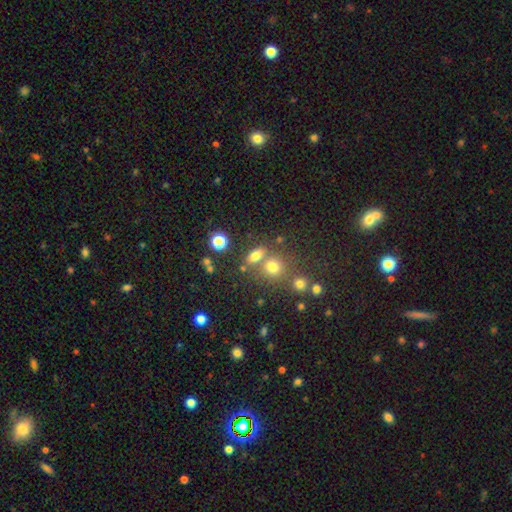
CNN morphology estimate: smooth-or-featured: smooth: 71% | star or artifact: 17% | featured or disk: 12%
  how-rounded: in between: 66% | round: 27% | cigar-shaped: 7%
  merging: none: 58% | merger: 27% | minor disturbance: 11% | major disturbance: 5%